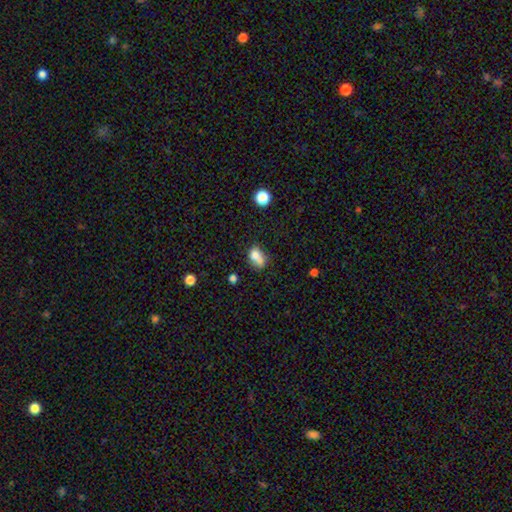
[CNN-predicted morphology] type=smooth (73%); roundness=in between (62%); merging=merger (45%).